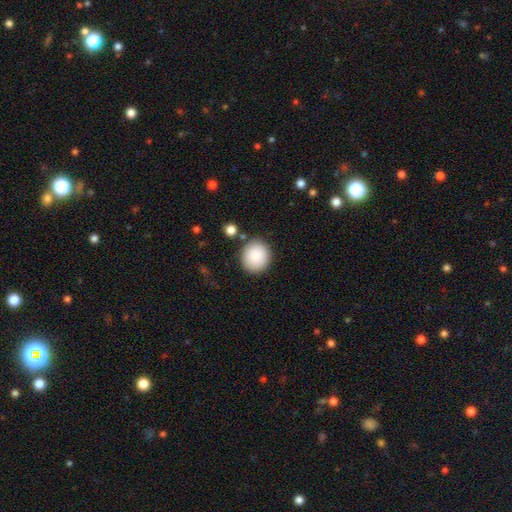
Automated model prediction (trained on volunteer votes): The model was most divided on "how rounded": round: 84%, in between: 15%, cigar-shaped: 1%. More confident: smooth or featured — smooth (88%); merging — none (85%).